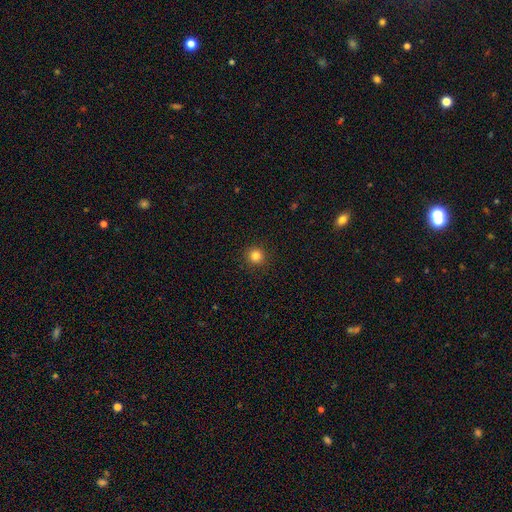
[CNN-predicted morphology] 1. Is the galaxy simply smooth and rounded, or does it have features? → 83% smooth, 13% star or artifact, 5% featured or disk.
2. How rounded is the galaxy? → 95% round, 4% in between, 1% cigar-shaped.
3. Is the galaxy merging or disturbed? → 92% none, 5% minor disturbance, 2% major disturbance, 1% merger.